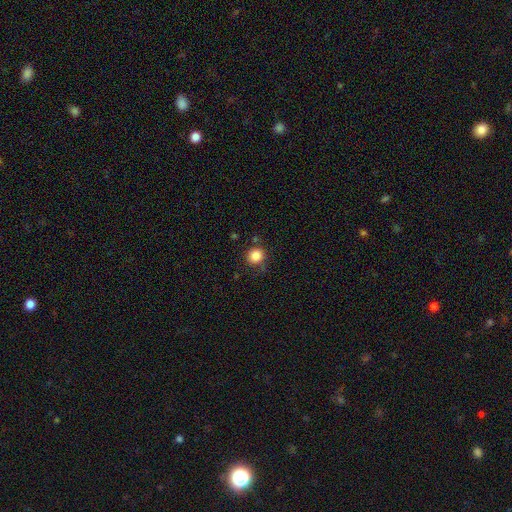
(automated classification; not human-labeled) Q: Smooth or featured?
A: smooth (86%); runner-up: star or artifact (10%)
Q: How rounded?
A: round (87%); runner-up: in between (12%)
Q: Merging?
A: none (79%); runner-up: minor disturbance (13%)